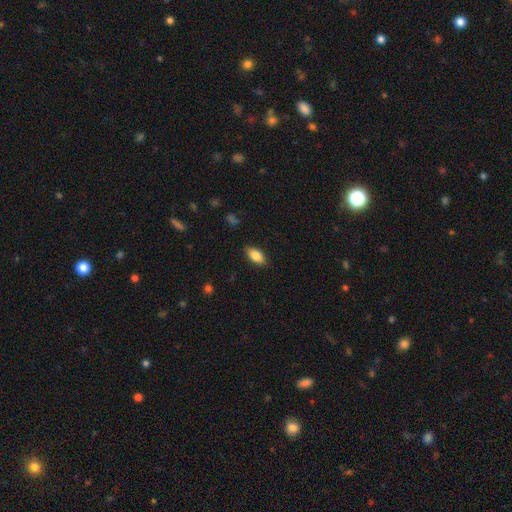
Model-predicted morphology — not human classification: Smooth or featured? Predicted: smooth (p=0.83). How rounded? Predicted: in between (p=0.89). Merging? Predicted: none (p=0.87).